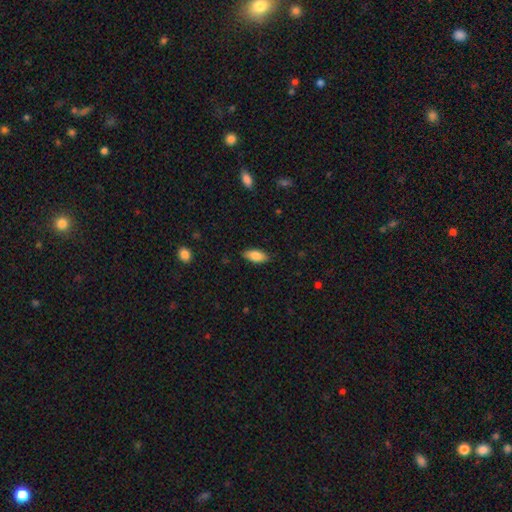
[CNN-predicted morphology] smooth_or_featured: smooth (p=0.85) [alt: featured or disk p=0.09]
how_rounded: in between (p=0.87) [alt: cigar-shaped p=0.11]
merging: none (p=0.86) [alt: minor disturbance p=0.11]